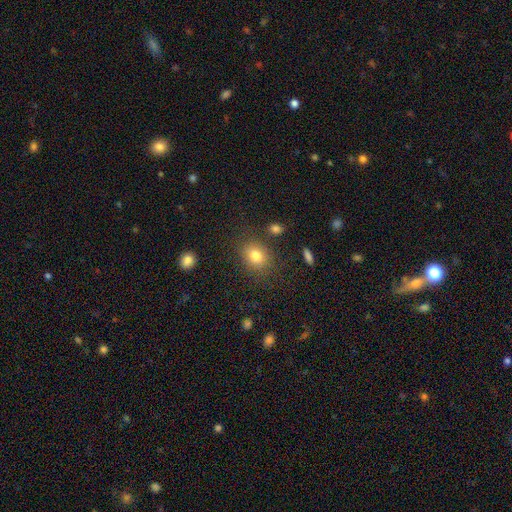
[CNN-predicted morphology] Overall: smooth (80%). How rounded: round (55%; in between 43%). Merging: none (81%).